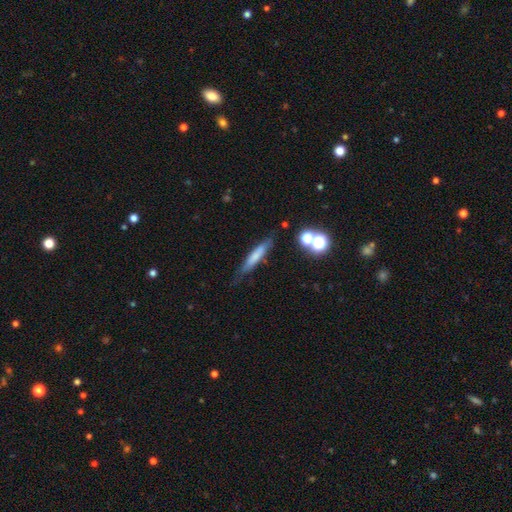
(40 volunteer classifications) smooth 65%, featured or disk 28%, star or artifact 8%. Down the decision tree: how rounded — cigar-shaped (92%); merging — none (70%).